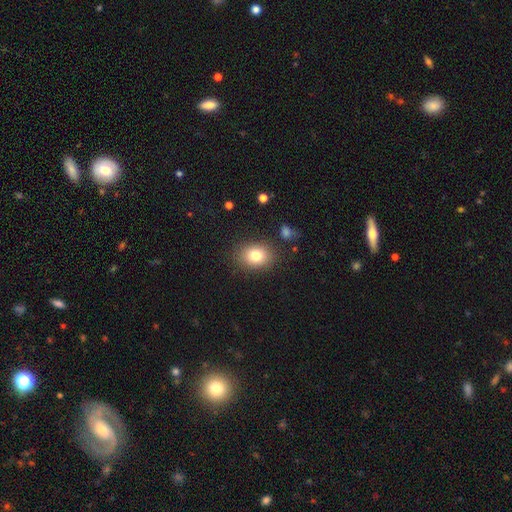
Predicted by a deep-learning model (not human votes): Smooth or featured? Predicted: smooth (p=0.80). How rounded? Predicted: in between (p=0.59). Merging? Predicted: none (p=0.84).